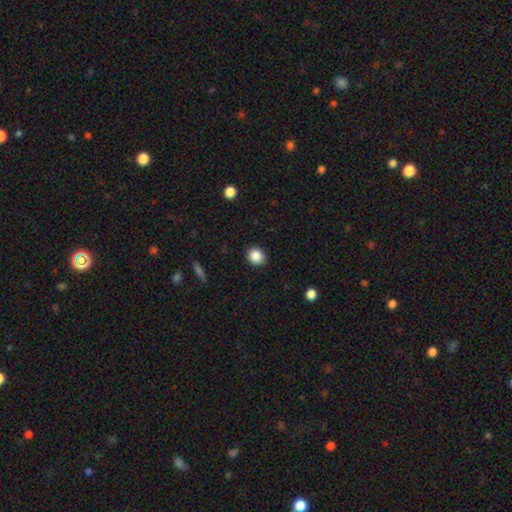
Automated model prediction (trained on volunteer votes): smooth_or_featured: smooth (p=0.87) [alt: star or artifact p=0.09]
how_rounded: round (p=0.75) [alt: in between p=0.24]
merging: none (p=0.90) [alt: minor disturbance p=0.07]